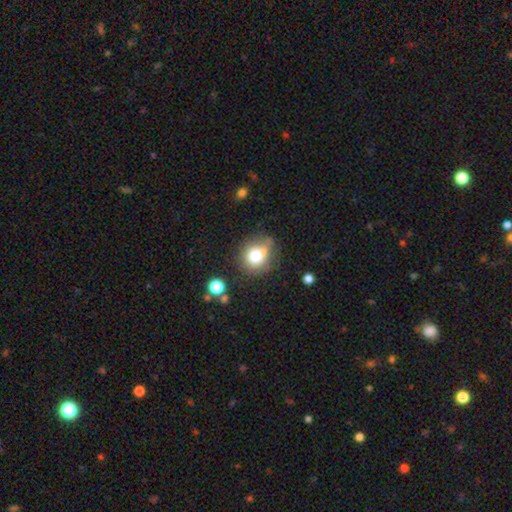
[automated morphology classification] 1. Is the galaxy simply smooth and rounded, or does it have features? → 76% smooth, 13% featured or disk, 11% star or artifact.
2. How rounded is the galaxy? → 75% round, 24% in between, 1% cigar-shaped.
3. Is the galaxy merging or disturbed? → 56% none, 25% minor disturbance, 10% major disturbance, 9% merger.